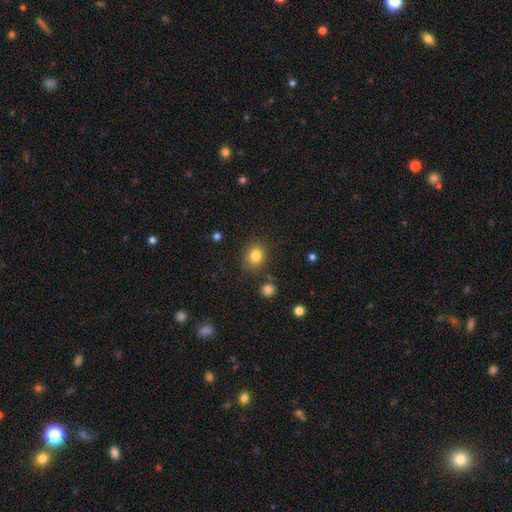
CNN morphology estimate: This appears to be a smooth galaxy with no disk features (82%) that is round (59%). Merging: none (78%).